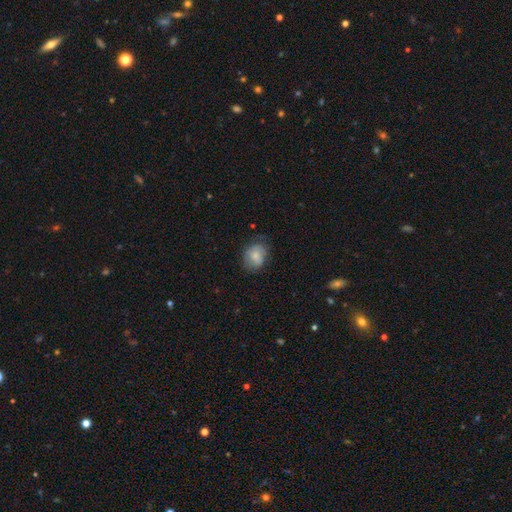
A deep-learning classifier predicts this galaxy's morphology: This is likely a smooth galaxy (74%). How rounded: possibly round (52%). Merging: likely none (63%).